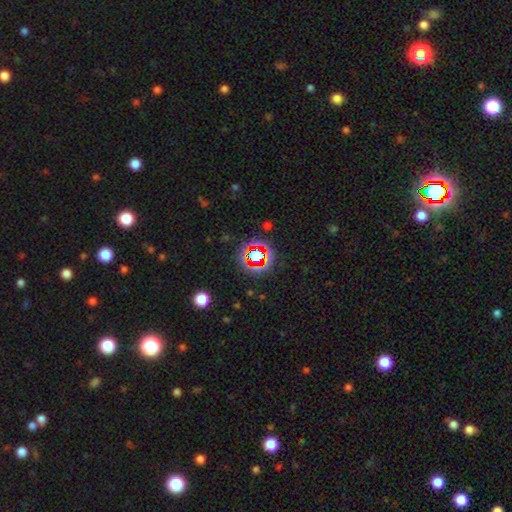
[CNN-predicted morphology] This is likely a star or artifact rather than a galaxy (69%).